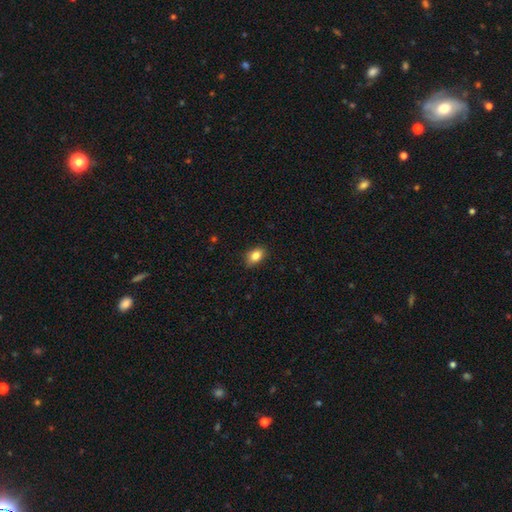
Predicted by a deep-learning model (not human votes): Overall: smooth (84%). How rounded: in between (82%). Merging: none (85%).